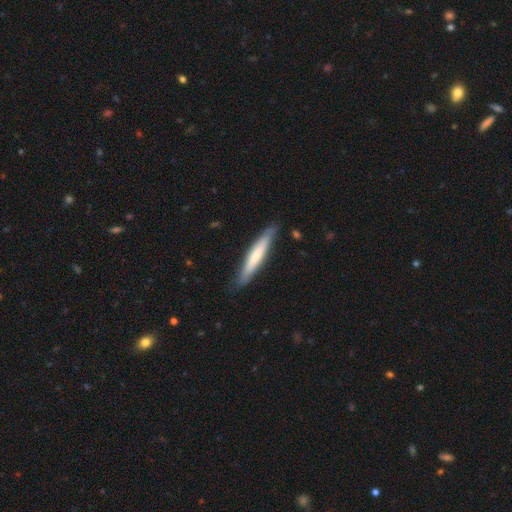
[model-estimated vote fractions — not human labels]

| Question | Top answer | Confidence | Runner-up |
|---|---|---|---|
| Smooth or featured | smooth | 60% | featured or disk (35%) |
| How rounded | cigar-shaped | 92% | in between (7%) |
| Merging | none | 85% | minor disturbance (12%) |